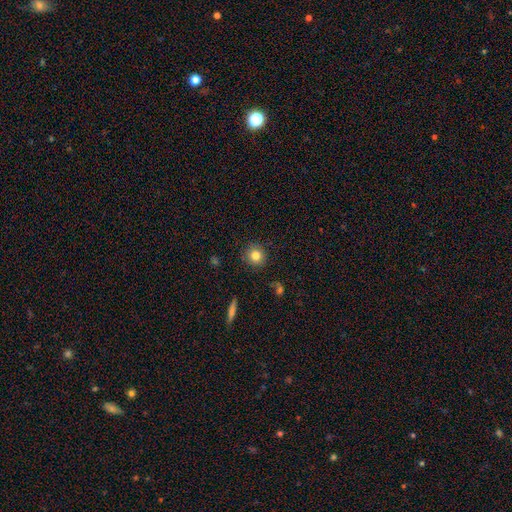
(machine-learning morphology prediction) This appears to be a smooth galaxy with no disk features (80%) that is round (91%). Merging: none (89%).